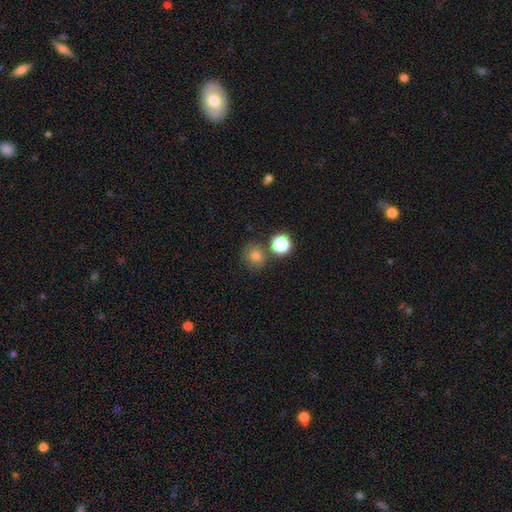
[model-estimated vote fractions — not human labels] This appears to be a smooth galaxy with no disk features (77%) that is round (82%). Merging: none (74%).